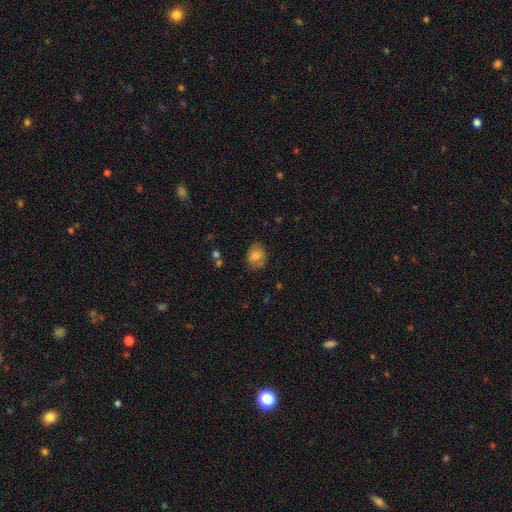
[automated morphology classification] The model was most divided on "how rounded": round: 51%, in between: 48%, cigar-shaped: 1%. More confident: merging — none (79%); smooth or featured — smooth (75%).